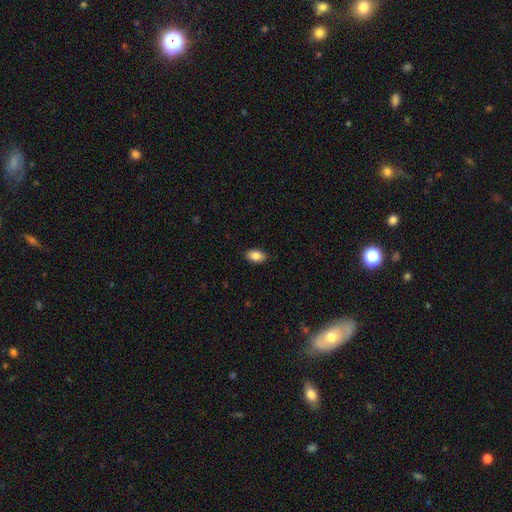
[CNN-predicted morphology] This appears to be a smooth galaxy with no disk features (85%) that is in between round and cigar-shaped (92%). Merging: none (88%).